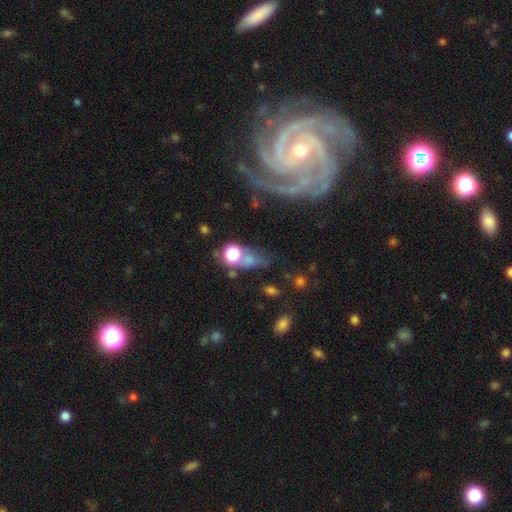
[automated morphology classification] Overall: smooth (57%; star or artifact 25%). How rounded: round (54%; in between 39%). Merging: none (44%; merger 23%).